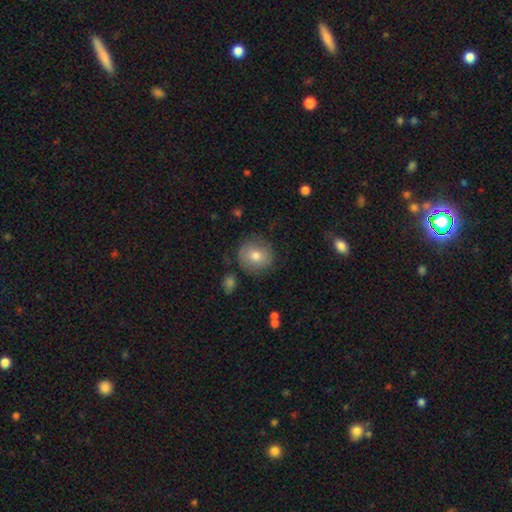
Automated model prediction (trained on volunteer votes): Smooth or featured? smooth (70%)
How rounded? round (88%)
Merging? none (79%)